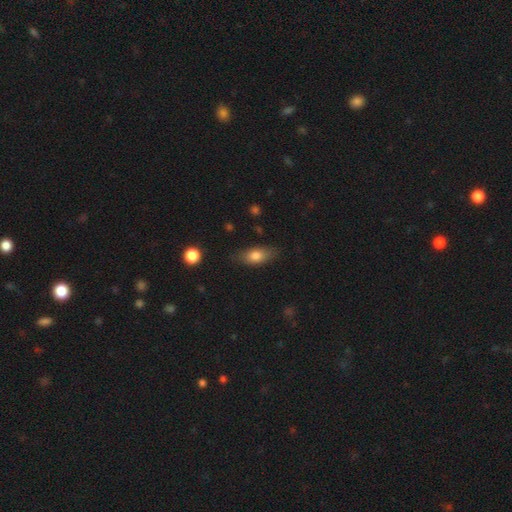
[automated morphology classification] Smooth or featured? smooth (76%)
How rounded? in between (81%)
Merging? none (78%)